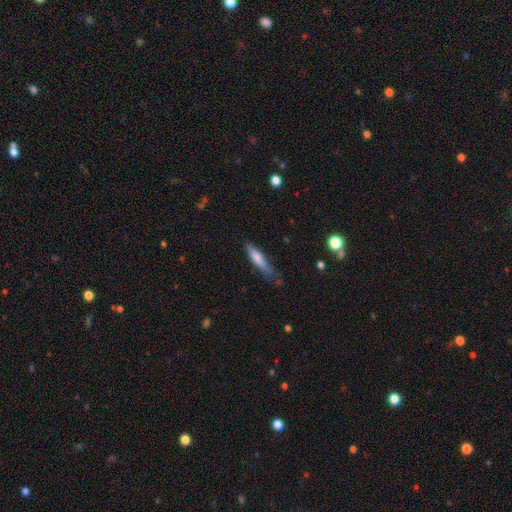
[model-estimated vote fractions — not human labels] Q: Smooth or featured?
A: smooth (68%); runner-up: featured or disk (26%)
Q: How rounded?
A: cigar-shaped (83%); runner-up: in between (15%)
Q: Merging?
A: none (65%); runner-up: minor disturbance (26%)